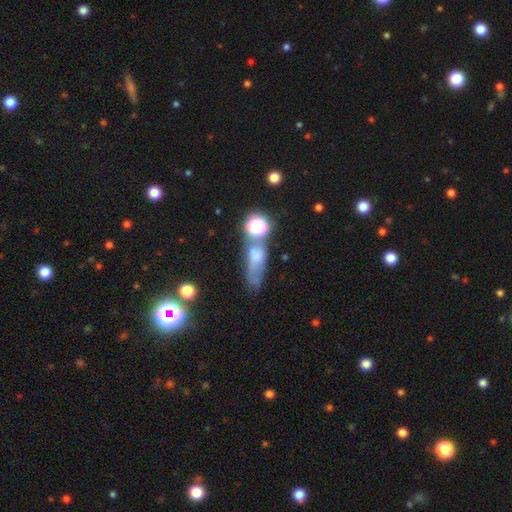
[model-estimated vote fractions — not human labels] This appears to be a smooth galaxy with no disk features (53%) that is in between round and cigar-shaped (45%). Merging: none (45%).